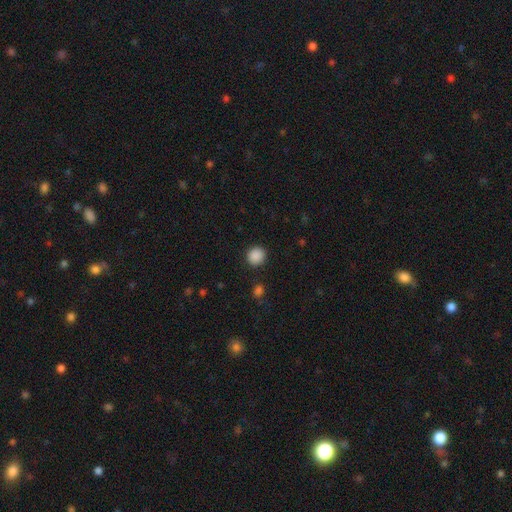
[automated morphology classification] Smooth or featured: smooth — 88% (star or artifact — 9%)
How rounded: round — 89% (in between — 10%)
Merging: none — 90% (minor disturbance — 6%)